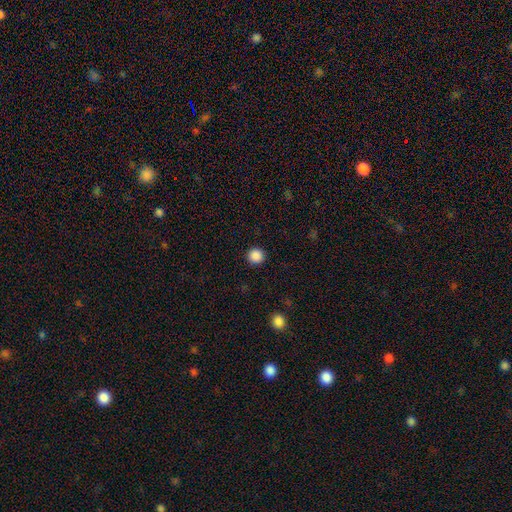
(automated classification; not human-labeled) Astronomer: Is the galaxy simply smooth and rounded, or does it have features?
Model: smooth — 88%.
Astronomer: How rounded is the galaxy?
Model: round — 95%.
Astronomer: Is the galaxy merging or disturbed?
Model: none — 93%.